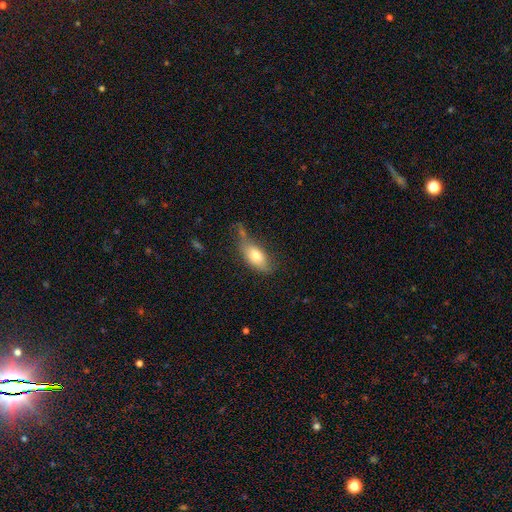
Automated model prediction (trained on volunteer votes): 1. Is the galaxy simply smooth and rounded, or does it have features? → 75% smooth, 18% featured or disk, 7% star or artifact.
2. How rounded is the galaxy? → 88% in between, 8% cigar-shaped, 4% round.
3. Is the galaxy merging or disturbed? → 45% none, 30% minor disturbance, 14% major disturbance, 11% merger.